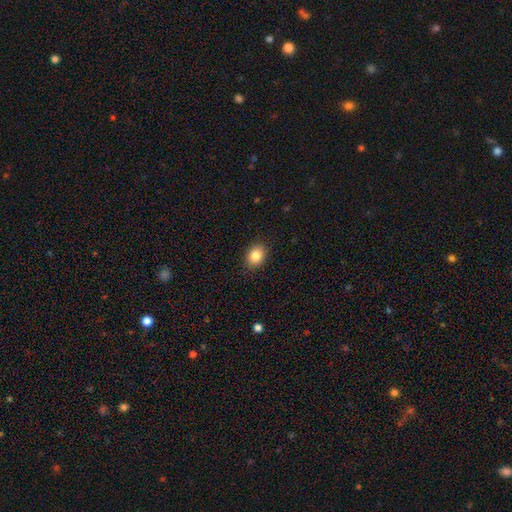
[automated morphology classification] smooth-or-featured: smooth: 86% | star or artifact: 9% | featured or disk: 5%
  how-rounded: in between: 60% | round: 39% | cigar-shaped: 1%
  merging: none: 89% | minor disturbance: 8% | major disturbance: 2% | merger: 1%